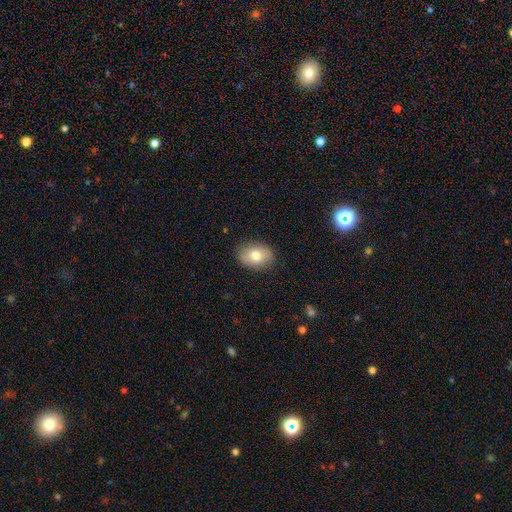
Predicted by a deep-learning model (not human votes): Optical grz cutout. It shows a smooth galaxy with no disk features (75%) that is in between round and cigar-shaped (74%). Merging: none (85%).